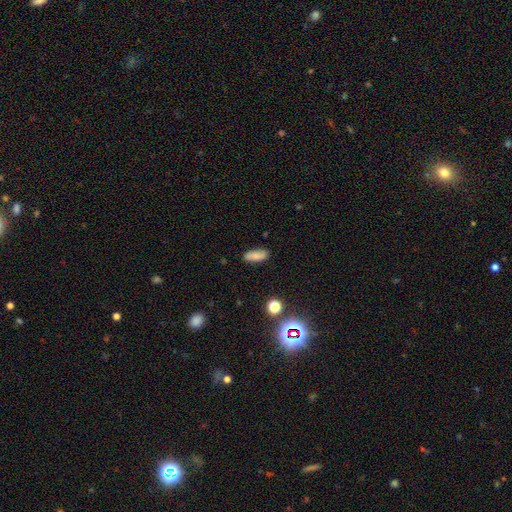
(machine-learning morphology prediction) This is likely a smooth galaxy (76%). How rounded: likely in between (78%). Merging: clearly none (84%).